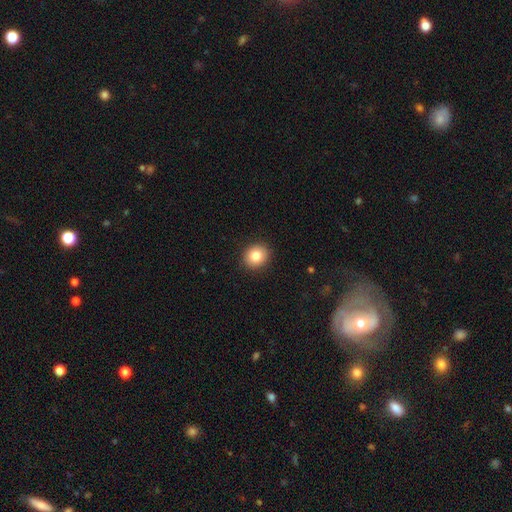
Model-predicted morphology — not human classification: Smooth or featured? Predicted: smooth (p=0.83). How rounded? Predicted: round (p=0.72). Merging? Predicted: none (p=0.91).